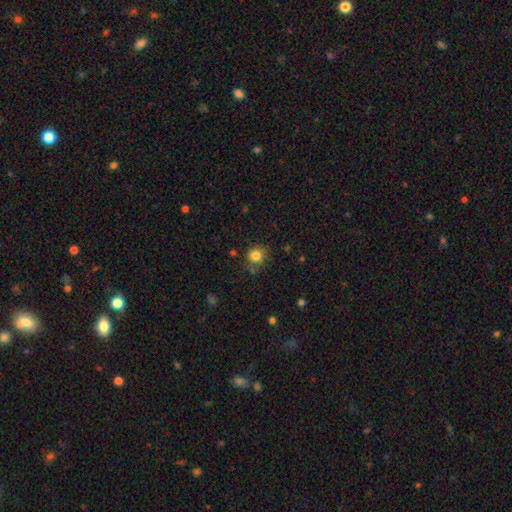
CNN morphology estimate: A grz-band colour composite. It shows a smooth galaxy with no disk features (82%) that is round (85%). Merging: none (77%).